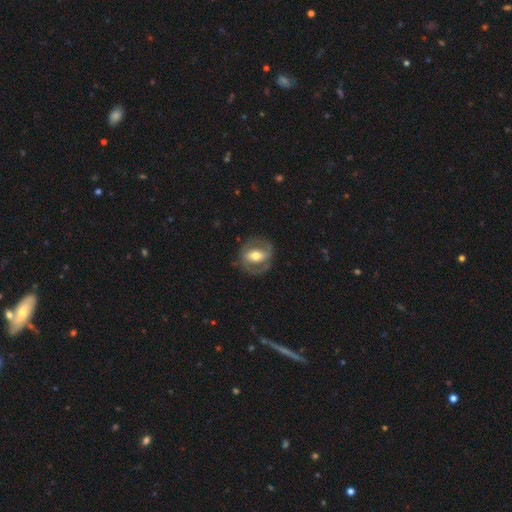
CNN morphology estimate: The model was most divided on "spiral arms": yes: 51%, no: 49%. Remaining: edge-on disk — no (94%); merging — none (76%); bulge size — moderate (69%); smooth or featured — featured or disk (63%); bar — strong (40%).